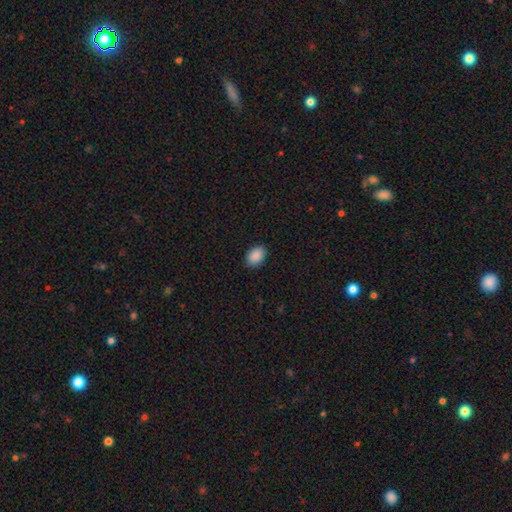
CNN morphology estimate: This appears to be a smooth galaxy with no disk features (90%) that is in between round and cigar-shaped (83%). Merging: none (88%).